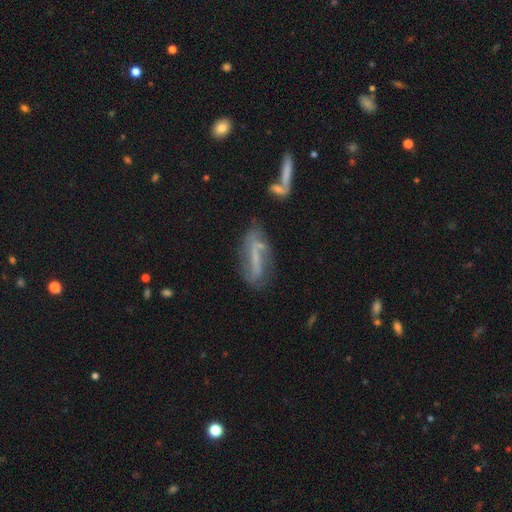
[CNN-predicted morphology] The model was most divided on "bar": strong: 44%, weak: 32%, no: 24%. Remaining: edge-on disk — no (83%); spiral arms — yes (73%); smooth or featured — featured or disk (65%); merging — none (54%); bulge size — none (50%).